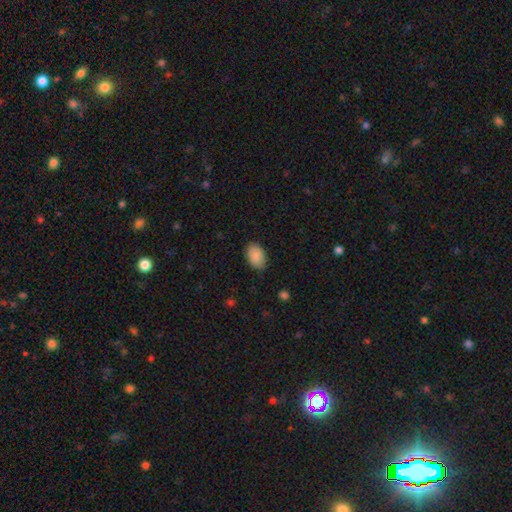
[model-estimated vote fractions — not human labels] The model was most divided on "merging": none: 84%, minor disturbance: 13%, major disturbance: 3%, merger: 1%. More confident: how rounded — in between (91%); smooth or featured — smooth (89%).